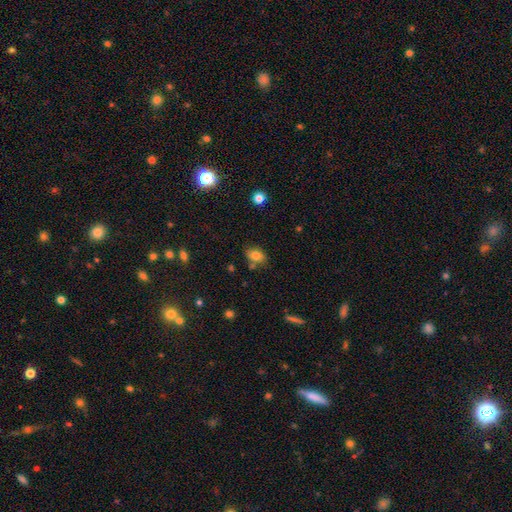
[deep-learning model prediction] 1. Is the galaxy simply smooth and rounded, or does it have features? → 79% smooth, 10% star or artifact, 10% featured or disk.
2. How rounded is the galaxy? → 80% in between, 18% round, 2% cigar-shaped.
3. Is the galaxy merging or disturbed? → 69% none, 16% minor disturbance, 11% merger, 4% major disturbance.